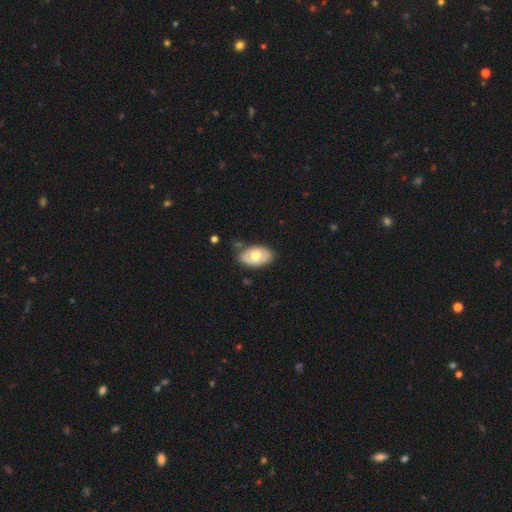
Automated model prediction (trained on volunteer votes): A smooth galaxy with no disk features (59%) that is in between round and cigar-shaped (91%).

Vote fractions:
- Smooth or featured? smooth: 59% / featured or disk: 36% / star or artifact: 5%
- How rounded? in between: 91% / round: 7% / cigar-shaped: 1%
- Merging? none: 79% / minor disturbance: 15% / merger: 3% / major disturbance: 3%